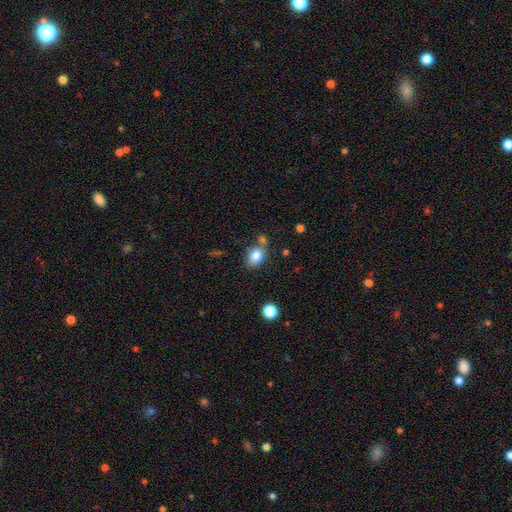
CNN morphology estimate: Smooth or featured?
  - smooth: 81% *
  - star or artifact: 10%
  - featured or disk: 9%
How rounded?
  - in between: 66% *
  - round: 32%
  - cigar-shaped: 1%
Merging?
  - none: 62% *
  - merger: 17%
  - minor disturbance: 16%
  - major disturbance: 5%